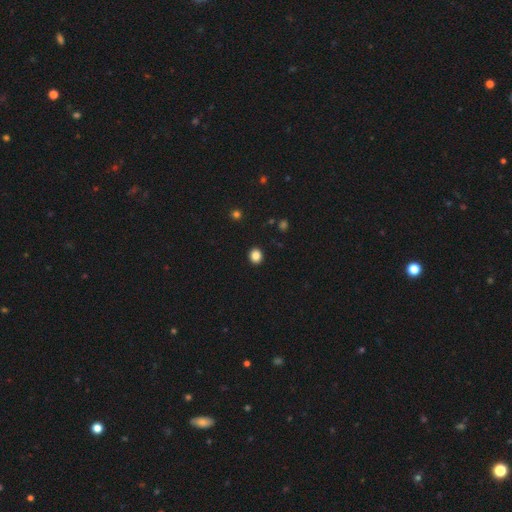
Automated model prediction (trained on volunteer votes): A smooth galaxy with no disk features (85%) that is round (76%). Merging: none (92%).